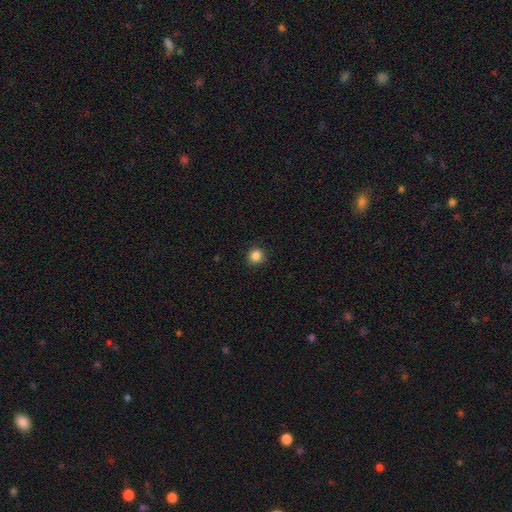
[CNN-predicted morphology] Overall: smooth (86%). How rounded: round (92%). Merging: none (91%).